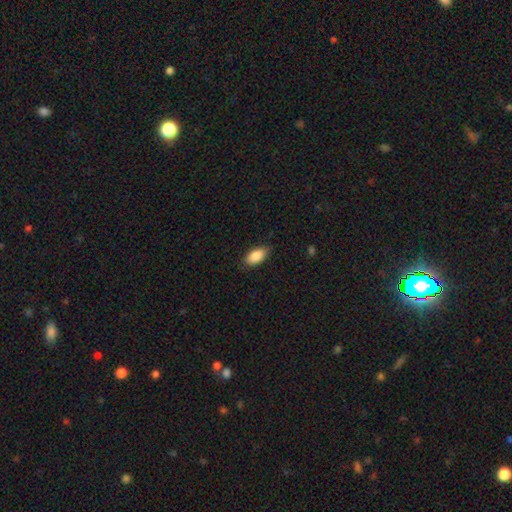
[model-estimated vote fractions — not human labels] Morphology: type=smooth (88%); roundness=in between (92%); merging=none (82%).